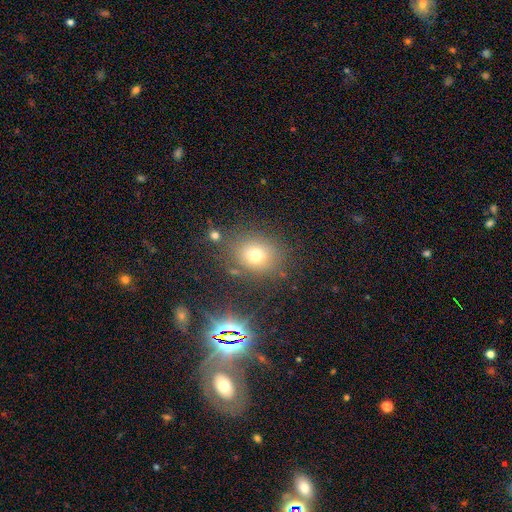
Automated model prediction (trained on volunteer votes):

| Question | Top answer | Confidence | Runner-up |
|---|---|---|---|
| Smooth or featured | smooth | 70% | star or artifact (19%) |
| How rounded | round | 63% | in between (36%) |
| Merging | none | 77% | minor disturbance (12%) |